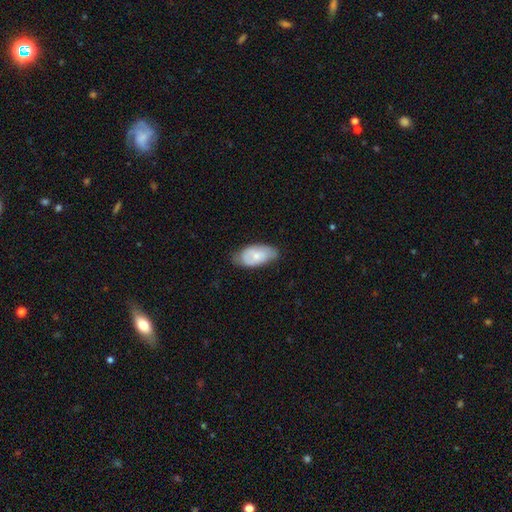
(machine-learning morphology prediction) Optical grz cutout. It shows a smooth galaxy with no disk features (65%) that is in between round and cigar-shaped (94%). Merging: none (65%).